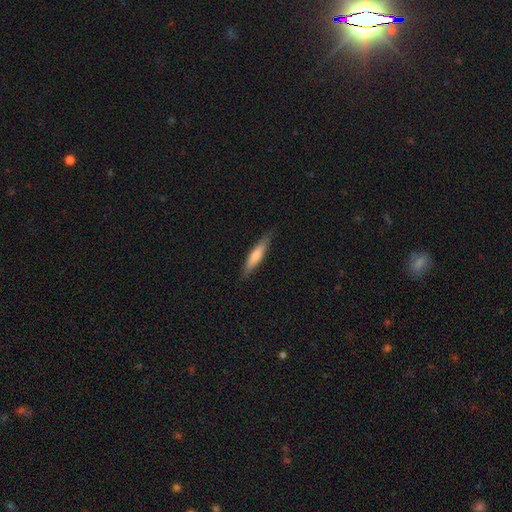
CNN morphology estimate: smooth-or-featured: smooth: 66% | featured or disk: 29% | star or artifact: 5%
  how-rounded: cigar-shaped: 86% | in between: 13% | round: 1%
  merging: none: 86% | minor disturbance: 11% | major disturbance: 2% | merger: 1%